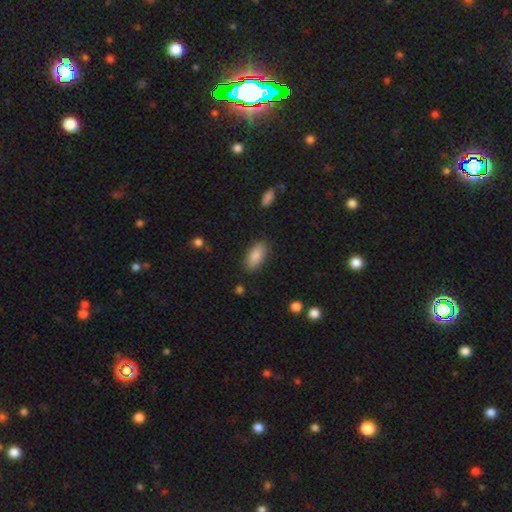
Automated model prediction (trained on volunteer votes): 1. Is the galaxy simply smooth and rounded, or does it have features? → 87% smooth, 7% star or artifact, 7% featured or disk.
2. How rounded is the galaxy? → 91% in between, 6% cigar-shaped, 3% round.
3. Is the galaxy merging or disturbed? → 84% none, 11% minor disturbance, 3% major disturbance, 1% merger.